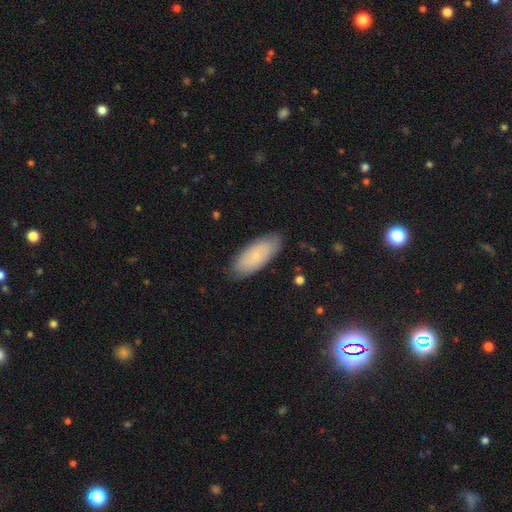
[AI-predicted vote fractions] smooth_or_featured: smooth (p=0.70) [alt: featured or disk p=0.22]
how_rounded: in between (p=0.82) [alt: cigar-shaped p=0.16]
merging: none (p=0.83) [alt: minor disturbance p=0.13]